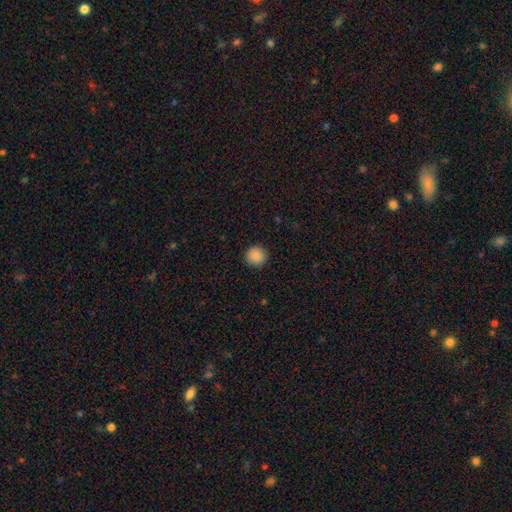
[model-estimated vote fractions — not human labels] smooth 87%, star or artifact 9%, featured or disk 4%. Down the decision tree: how rounded — round (95%); merging — none (93%).